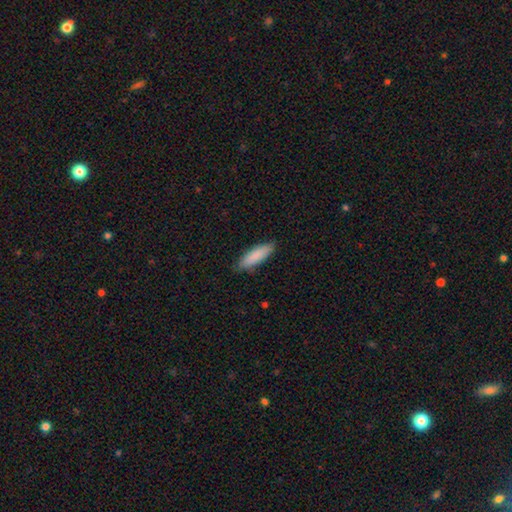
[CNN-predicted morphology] A smooth galaxy with no disk features (87%) that is cigar-shaped (57%).

Vote fractions:
- Smooth or featured? smooth: 87% / featured or disk: 7% / star or artifact: 5%
- How rounded? cigar-shaped: 57% / in between: 41% / round: 1%
- Merging? none: 85% / minor disturbance: 12% / major disturbance: 2% / merger: 1%